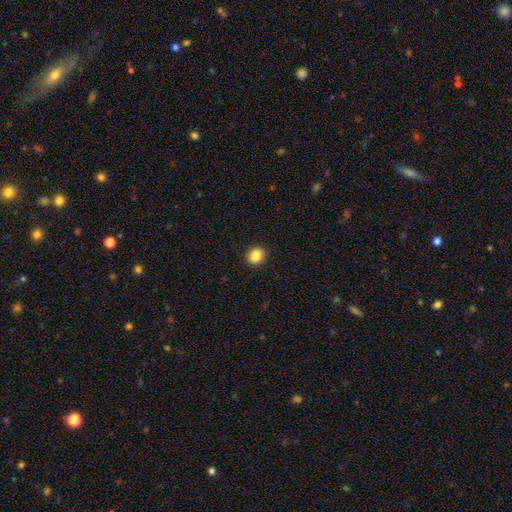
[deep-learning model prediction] A smooth galaxy with no disk features (86%) that is round (83%). Merging: none (92%).